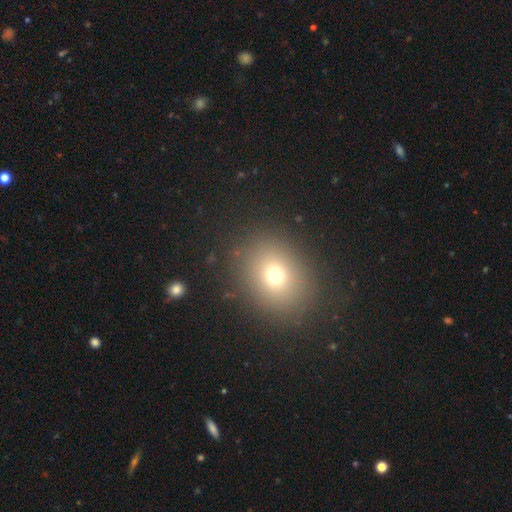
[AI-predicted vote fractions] smooth-or-featured: smooth: 68% | star or artifact: 22% | featured or disk: 10%
  how-rounded: round: 61% | in between: 38% | cigar-shaped: 1%
  merging: none: 90% | minor disturbance: 7% | major disturbance: 3% | merger: 1%